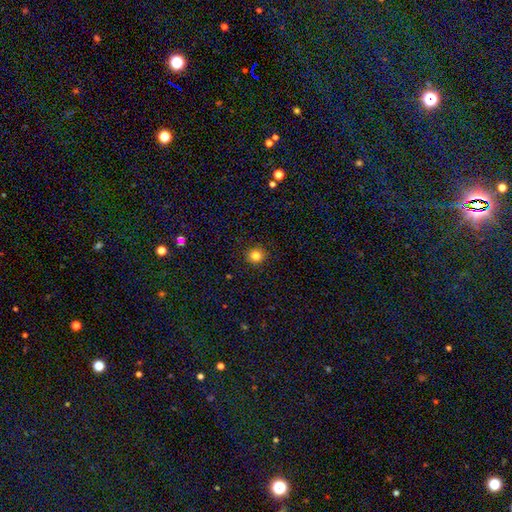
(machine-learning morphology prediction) The model was most divided on "smooth or featured": smooth: 84%, star or artifact: 12%, featured or disk: 5%. More confident: merging — none (91%); how rounded — round (90%).